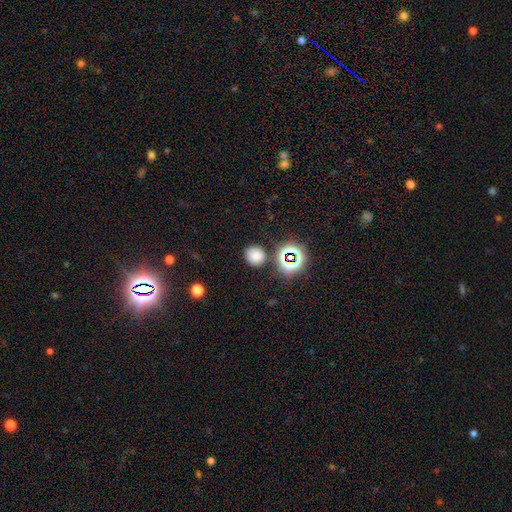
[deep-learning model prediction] smooth-or-featured: smooth: 73% | star or artifact: 21% | featured or disk: 6%
  how-rounded: round: 87% | in between: 12% | cigar-shaped: 1%
  merging: none: 83% | minor disturbance: 9% | merger: 5% | major disturbance: 3%